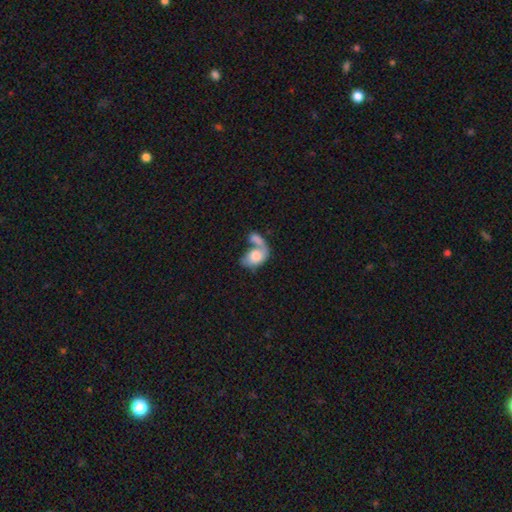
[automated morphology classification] Smooth or featured?
  - smooth: 67% *
  - featured or disk: 26%
  - star or artifact: 6%
How rounded?
  - in between: 84% *
  - round: 14%
  - cigar-shaped: 2%
Merging?
  - merger: 61% *
  - none: 15%
  - major disturbance: 15%
  - minor disturbance: 10%